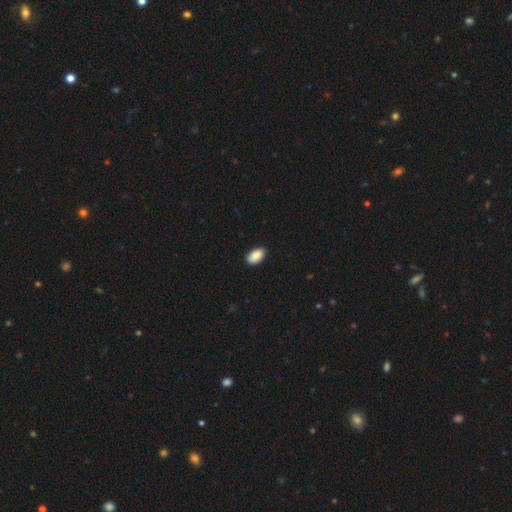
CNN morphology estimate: This is clearly a smooth galaxy (88%). How rounded: clearly in between (94%). Merging: clearly none (88%).